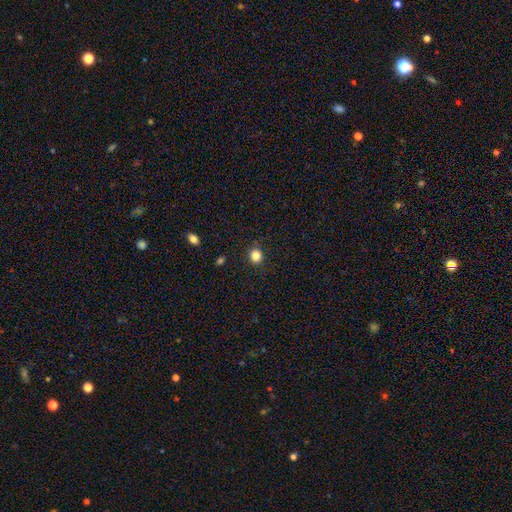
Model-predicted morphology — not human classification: Smooth or featured?
  - smooth: 84% *
  - star or artifact: 12%
  - featured or disk: 4%
How rounded?
  - round: 84% *
  - in between: 15%
  - cigar-shaped: 1%
Merging?
  - none: 89% *
  - minor disturbance: 7%
  - major disturbance: 2%
  - merger: 1%